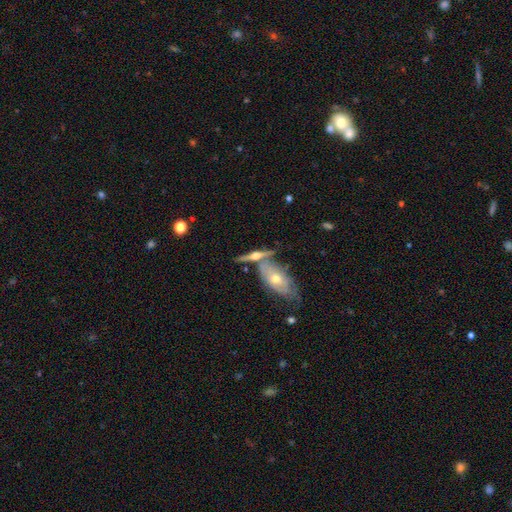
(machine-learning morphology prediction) This appears to be a featured or disk galaxy (66%) viewed edge-on (88%) with a rounded central bulge (92%). Merging: none (50%).